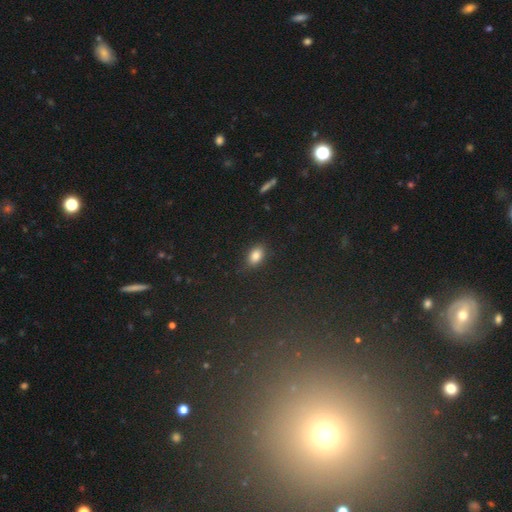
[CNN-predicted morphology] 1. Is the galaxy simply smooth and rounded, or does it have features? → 84% smooth, 10% star or artifact, 6% featured or disk.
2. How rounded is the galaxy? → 84% in between, 14% round, 2% cigar-shaped.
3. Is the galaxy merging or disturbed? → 83% none, 13% minor disturbance, 3% major disturbance, 1% merger.